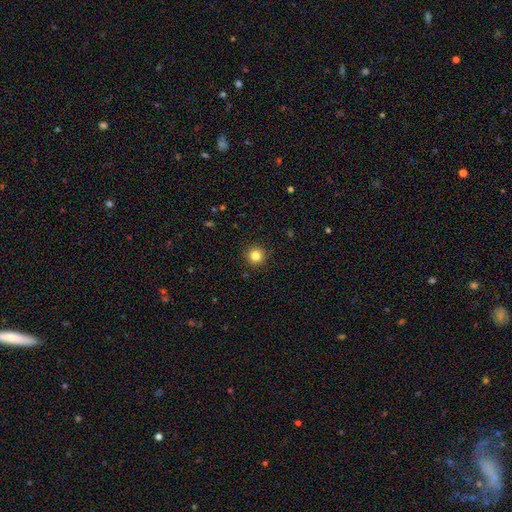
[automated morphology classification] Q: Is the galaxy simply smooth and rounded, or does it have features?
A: smooth — 83%.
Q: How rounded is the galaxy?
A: round — 95%.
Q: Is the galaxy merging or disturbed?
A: none — 92%.